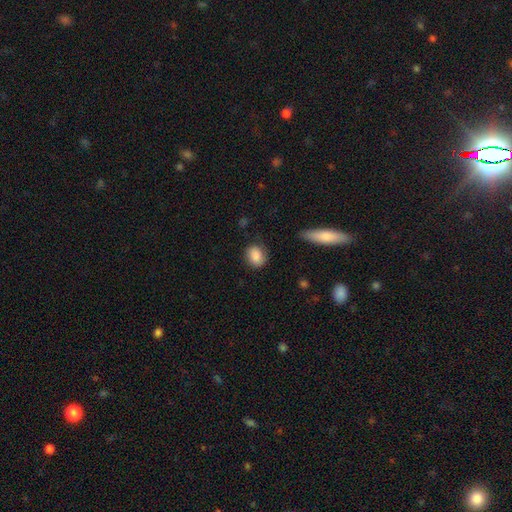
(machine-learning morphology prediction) This is clearly a smooth galaxy (87%). How rounded: possibly in between (52%). Merging: likely none (78%).